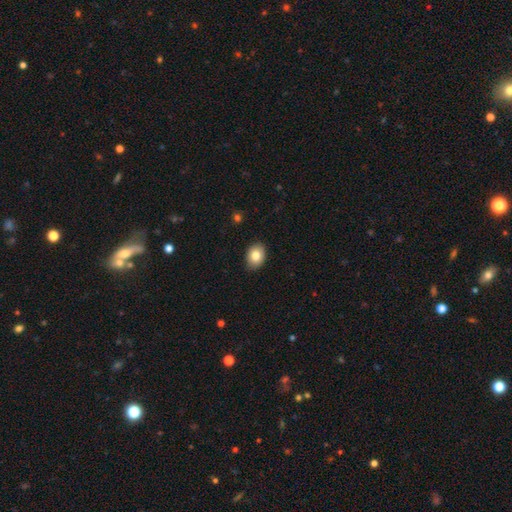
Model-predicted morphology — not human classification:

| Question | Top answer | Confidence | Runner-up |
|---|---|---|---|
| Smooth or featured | smooth | 82% | featured or disk (10%) |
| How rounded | in between | 72% | round (27%) |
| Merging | none | 89% | minor disturbance (8%) |